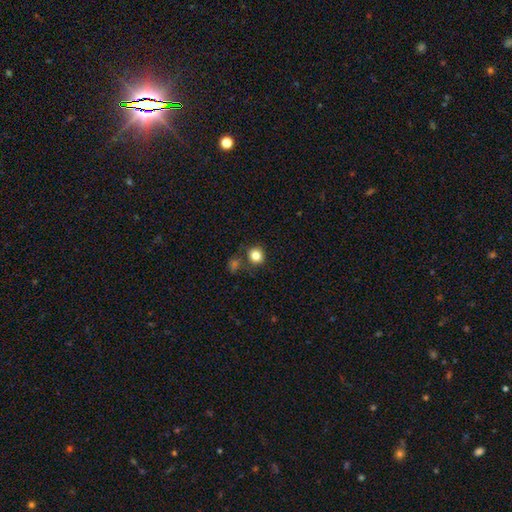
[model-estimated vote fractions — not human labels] The model was most divided on "merging": none: 78%, minor disturbance: 11%, merger: 8%, major disturbance: 4%. More confident: how rounded — round (85%); smooth or featured — smooth (83%).